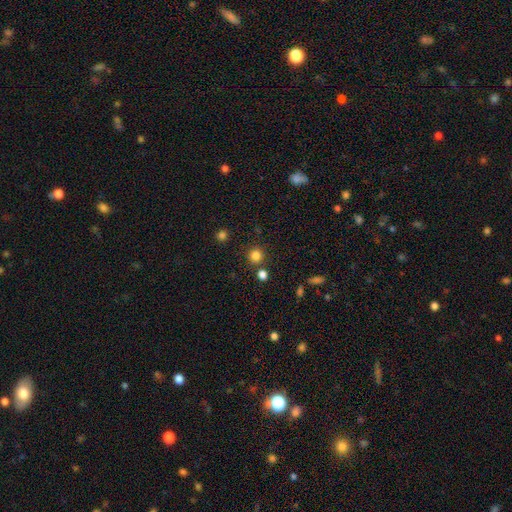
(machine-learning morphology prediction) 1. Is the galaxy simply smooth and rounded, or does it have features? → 82% smooth, 14% star or artifact, 4% featured or disk.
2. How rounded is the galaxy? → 92% round, 7% in between, 1% cigar-shaped.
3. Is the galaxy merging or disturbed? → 83% none, 7% merger, 7% minor disturbance, 3% major disturbance.